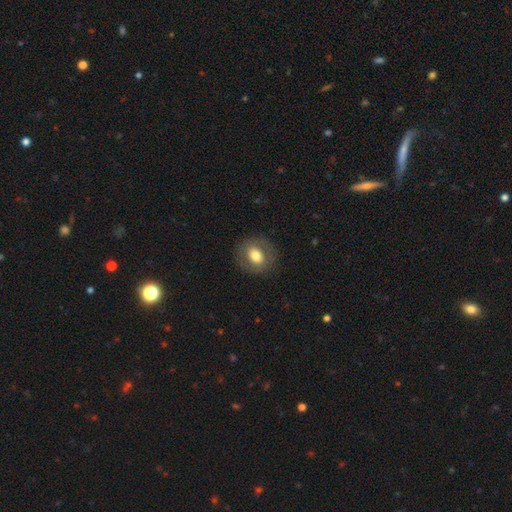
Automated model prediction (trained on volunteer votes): Smooth or featured: smooth — 65% (featured or disk — 27%)
How rounded: round — 64% (in between — 35%)
Merging: none — 84% (minor disturbance — 10%)